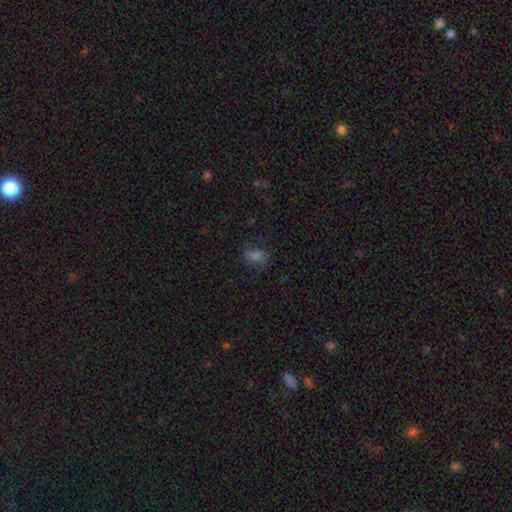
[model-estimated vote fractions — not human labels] This appears to be a smooth galaxy with no disk features (60%) that is in between round and cigar-shaped (72%). Merging: none (66%).